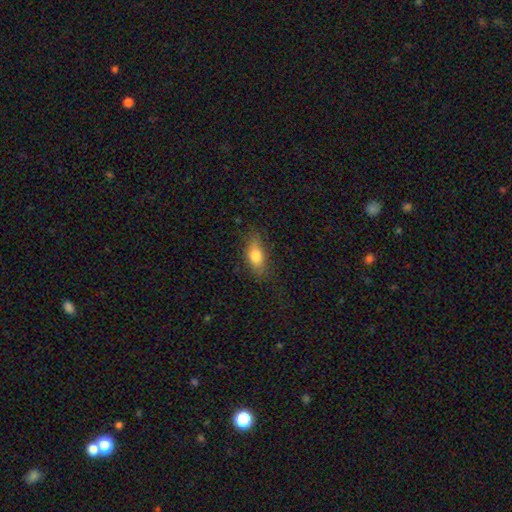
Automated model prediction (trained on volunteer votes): Smooth or featured?
  - smooth: 77% *
  - featured or disk: 15%
  - star or artifact: 8%
How rounded?
  - in between: 79% *
  - cigar-shaped: 14%
  - round: 6%
Merging?
  - none: 72% *
  - minor disturbance: 20%
  - major disturbance: 7%
  - merger: 1%